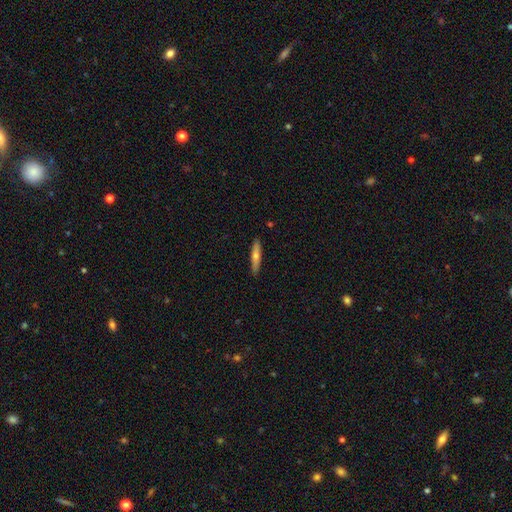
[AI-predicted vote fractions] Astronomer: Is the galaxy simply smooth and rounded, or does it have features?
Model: smooth — 57% (runner-up: featured or disk, 38%).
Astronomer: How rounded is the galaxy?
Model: cigar-shaped — 89%.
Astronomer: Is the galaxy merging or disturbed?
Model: none — 90%.